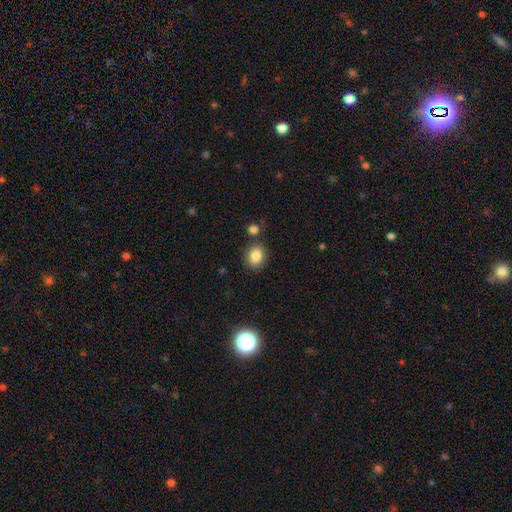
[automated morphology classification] Smooth or featured? smooth (85%)
How rounded? in between (55%)
Merging? none (76%)